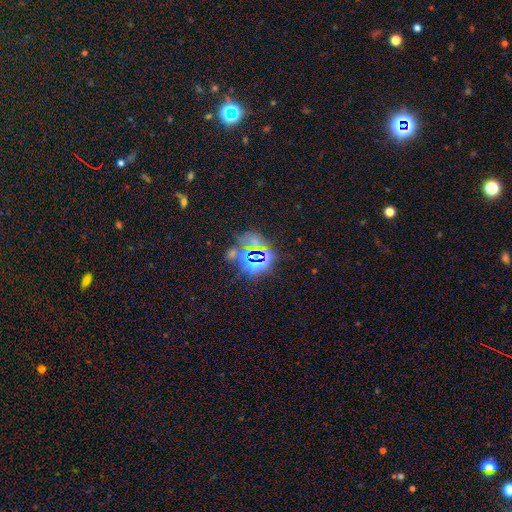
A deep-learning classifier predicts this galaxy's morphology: Overall: star or artifact (75%).